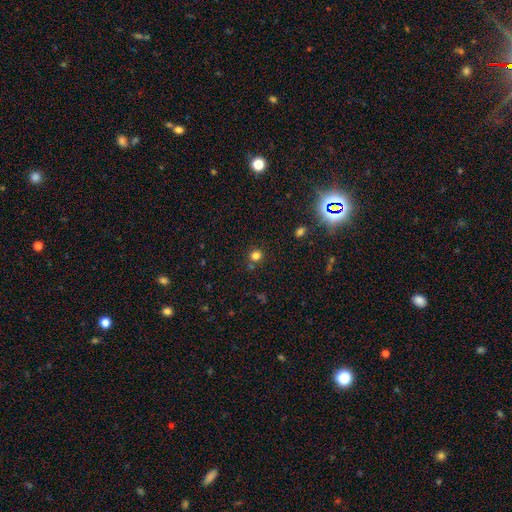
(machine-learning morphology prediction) smooth 78%, star or artifact 17%, featured or disk 6%. Down the decision tree: how rounded — round (91%); merging — none (78%).